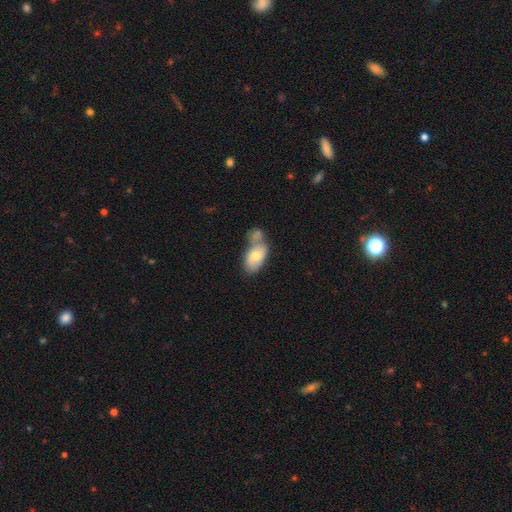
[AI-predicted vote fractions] smooth-or-featured: smooth: 70% | featured or disk: 24% | star or artifact: 6%
  how-rounded: in between: 91% | round: 6% | cigar-shaped: 3%
  merging: merger: 45% | none: 32% | minor disturbance: 16% | major disturbance: 7%